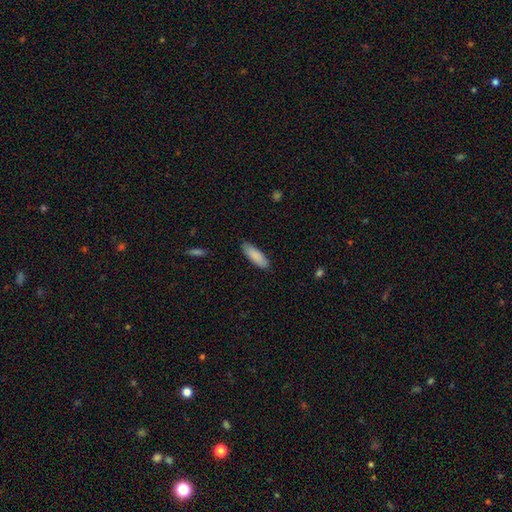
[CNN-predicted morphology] Smooth or featured? Predicted: smooth (p=0.89). How rounded? Predicted: in between (p=0.58). Merging? Predicted: none (p=0.86).